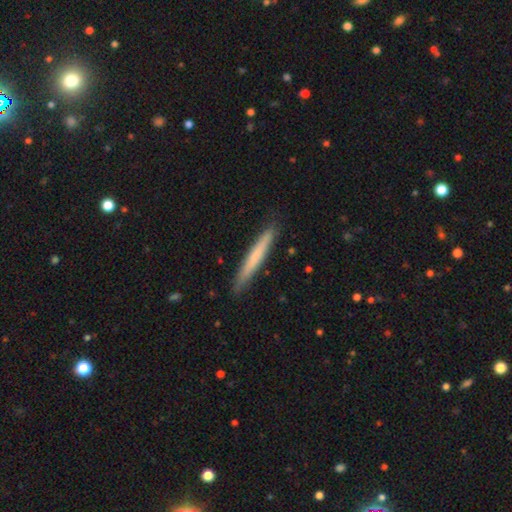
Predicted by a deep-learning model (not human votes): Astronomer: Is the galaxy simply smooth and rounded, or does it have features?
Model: smooth — 66%.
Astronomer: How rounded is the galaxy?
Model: cigar-shaped — 96%.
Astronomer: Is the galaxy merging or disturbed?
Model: none — 88%.